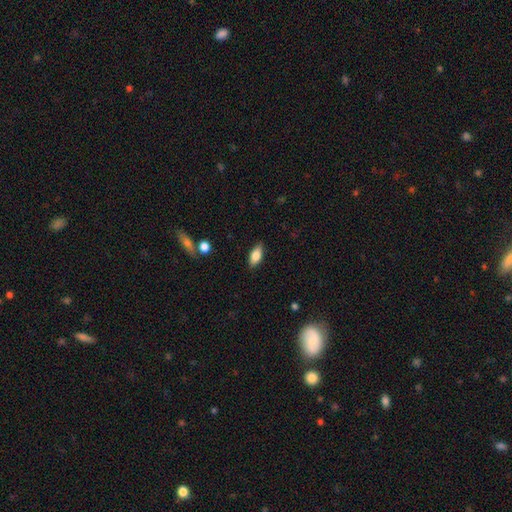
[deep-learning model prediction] This is likely a smooth galaxy (79%). How rounded: clearly in between (86%). Merging: clearly none (86%).